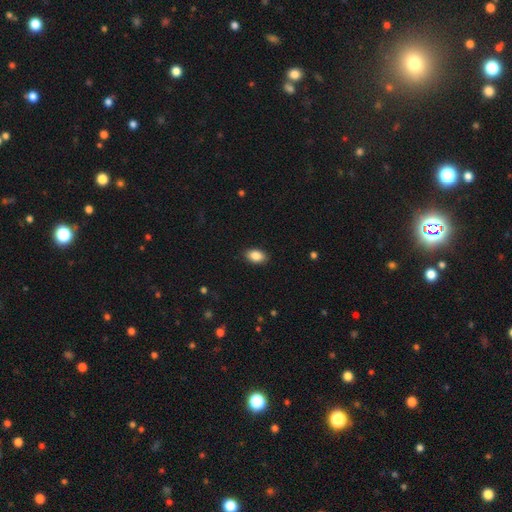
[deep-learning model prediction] This appears to be a smooth galaxy with no disk features (87%) that is in between round and cigar-shaped (90%). Merging: none (89%).